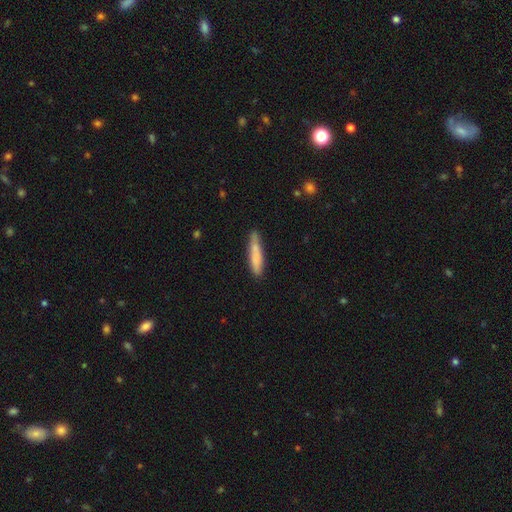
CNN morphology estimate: The model was most divided on "smooth or featured": smooth: 77%, featured or disk: 17%, star or artifact: 6%. More confident: how rounded — cigar-shaped (89%); merging — none (80%).